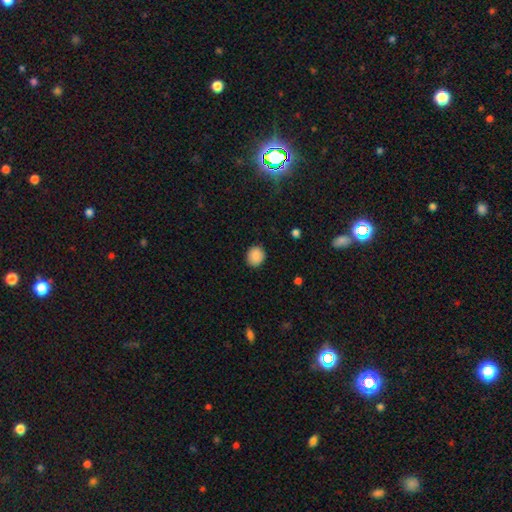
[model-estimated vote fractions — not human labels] The model was most divided on "how rounded": round: 75%, in between: 24%, cigar-shaped: 1%. More confident: merging — none (89%); smooth or featured — smooth (88%).